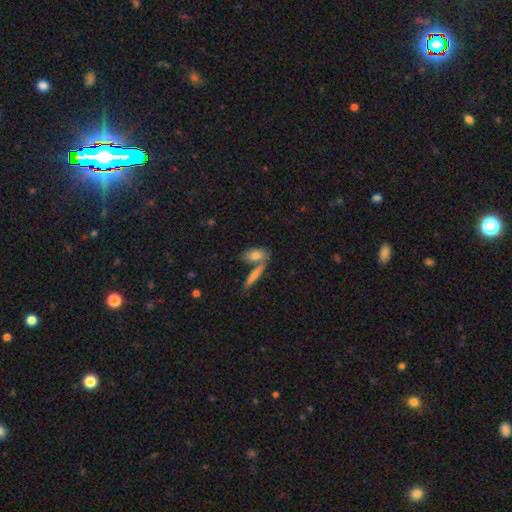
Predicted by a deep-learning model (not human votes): Morphology: type=smooth (75%); roundness=in between (70%); merging=none (48%).